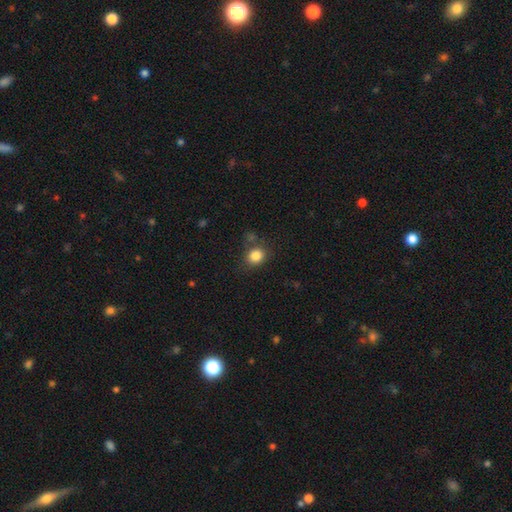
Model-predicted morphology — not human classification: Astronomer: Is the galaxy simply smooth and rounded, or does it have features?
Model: smooth — 84%.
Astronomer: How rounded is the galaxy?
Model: round — 71%.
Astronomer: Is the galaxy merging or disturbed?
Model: none — 71%.